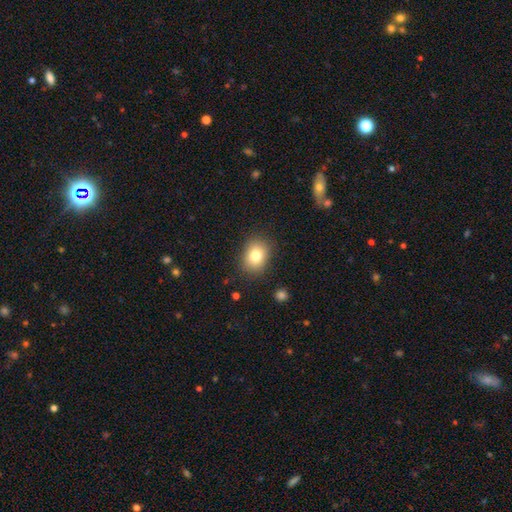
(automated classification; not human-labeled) A smooth galaxy with no disk features (79%) that is in between round and cigar-shaped (51%). Merging: none (85%).